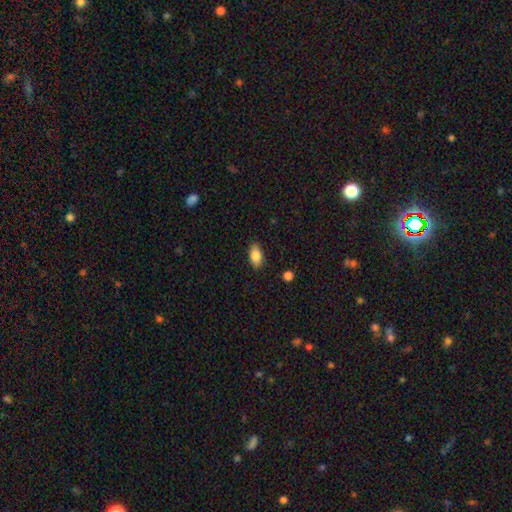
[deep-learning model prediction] smooth-or-featured: smooth: 84% | featured or disk: 8% | star or artifact: 8%
  how-rounded: in between: 91% | round: 6% | cigar-shaped: 3%
  merging: none: 87% | minor disturbance: 9% | major disturbance: 2% | merger: 1%